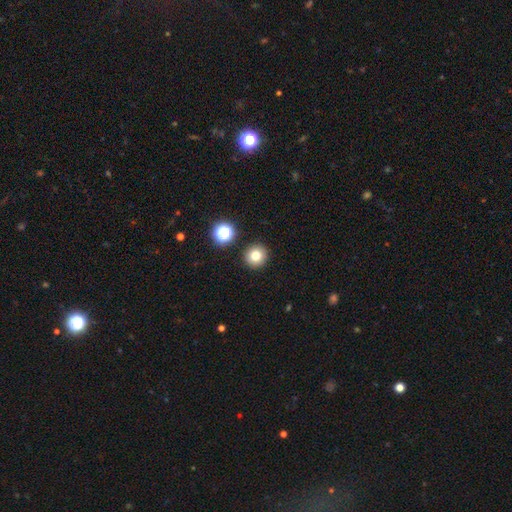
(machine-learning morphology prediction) type=smooth (78%); roundness=round (94%); merging=none (90%).